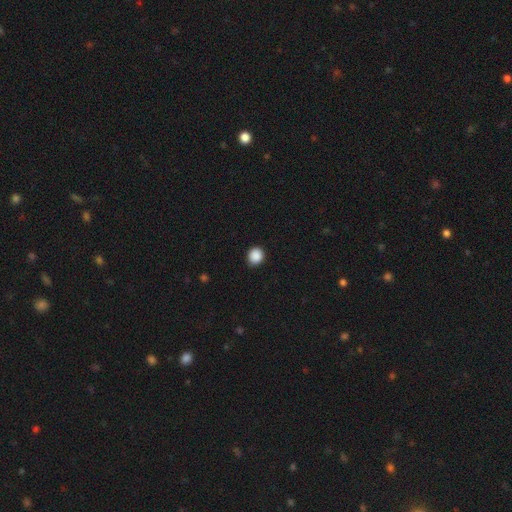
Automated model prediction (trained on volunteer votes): smooth 89%, star or artifact 9%, featured or disk 2%. Down the decision tree: how rounded — round (87%); merging — none (90%).